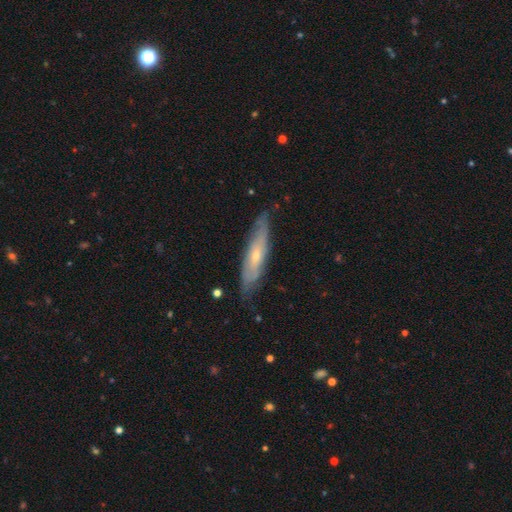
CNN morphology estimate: smooth_or_featured: featured or disk (p=0.63) [alt: smooth p=0.31]
disk_edge_on: yes (p=0.51) [alt: no p=0.49]
merging: none (p=0.76) [alt: minor disturbance p=0.19]